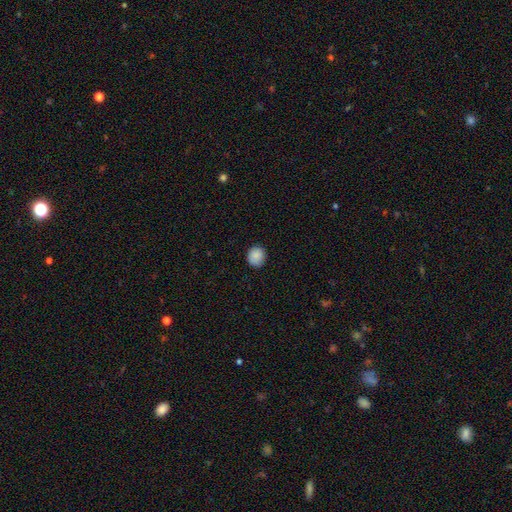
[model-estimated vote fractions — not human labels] Smooth or featured? smooth (87%)
How rounded? round (84%)
Merging? none (85%)